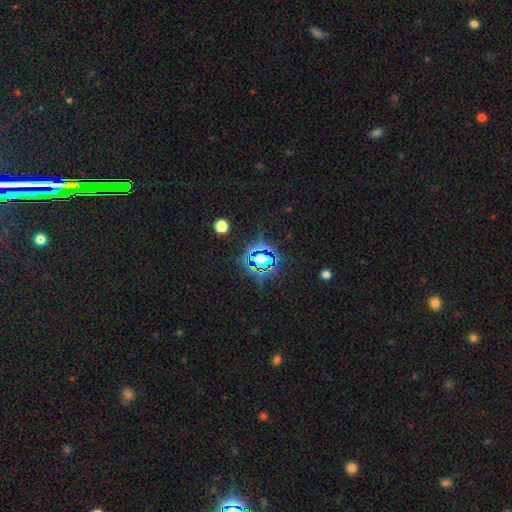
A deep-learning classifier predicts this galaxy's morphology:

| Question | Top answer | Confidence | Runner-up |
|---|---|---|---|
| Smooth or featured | star or artifact | 81% | smooth (12%) |